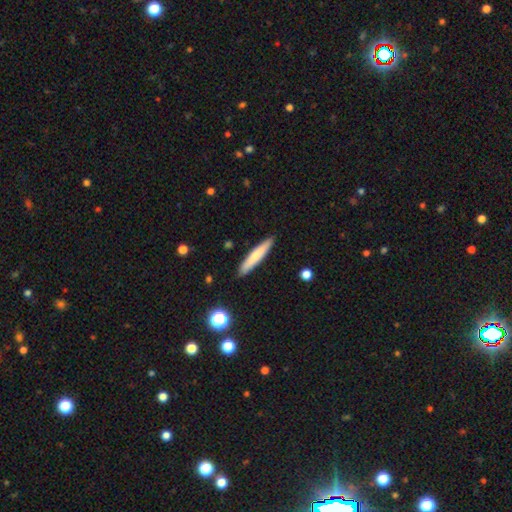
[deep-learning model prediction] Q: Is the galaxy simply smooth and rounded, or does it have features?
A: smooth — 71%.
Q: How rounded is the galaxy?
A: cigar-shaped — 91%.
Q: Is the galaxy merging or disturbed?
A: none — 90%.